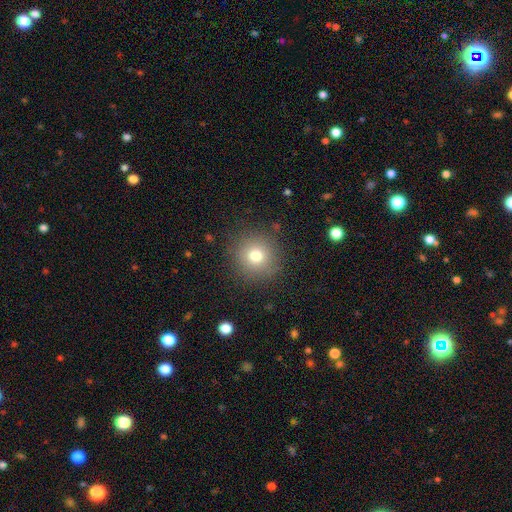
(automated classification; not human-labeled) smooth_or_featured: smooth (p=0.76) [alt: star or artifact p=0.14]
how_rounded: round (p=0.94) [alt: in between p=0.05]
merging: none (p=0.88) [alt: minor disturbance p=0.08]